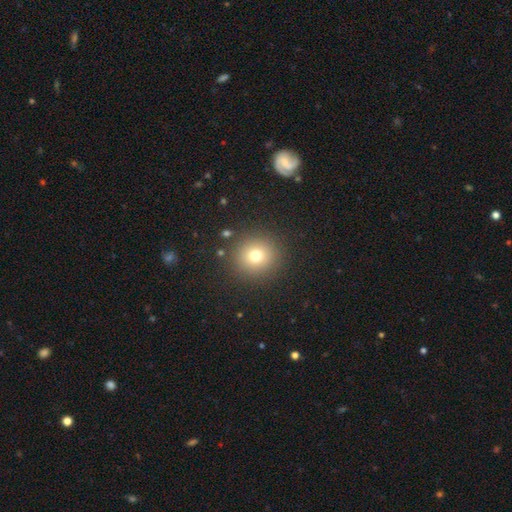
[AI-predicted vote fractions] Smooth or featured? Predicted: smooth (p=0.74). How rounded? Predicted: round (p=0.93). Merging? Predicted: none (p=0.89).